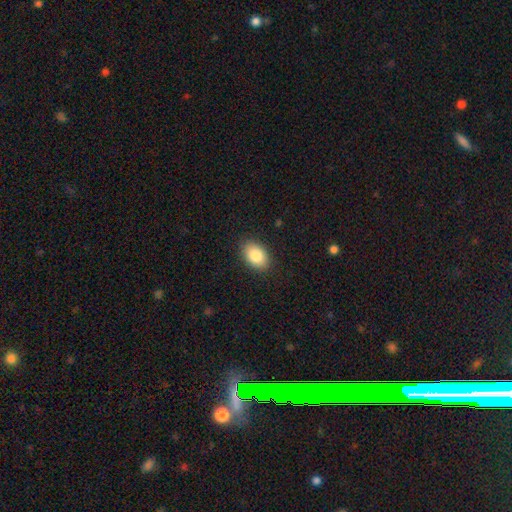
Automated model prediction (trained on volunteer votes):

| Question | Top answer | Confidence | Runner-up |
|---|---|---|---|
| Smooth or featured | smooth | 85% | featured or disk (8%) |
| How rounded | in between | 87% | round (11%) |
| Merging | none | 87% | minor disturbance (9%) |